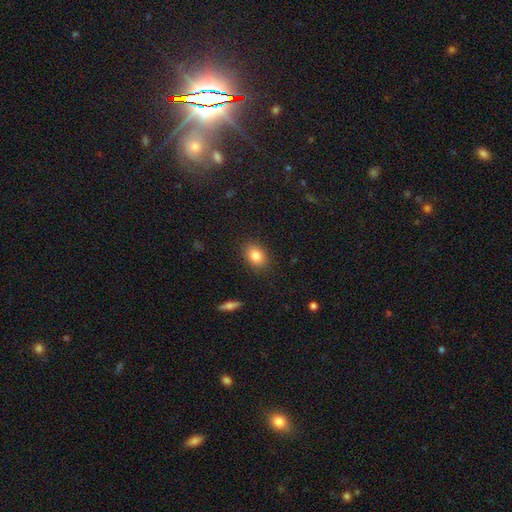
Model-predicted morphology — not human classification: Smooth or featured? smooth (83%)
How rounded? in between (75%)
Merging? none (87%)